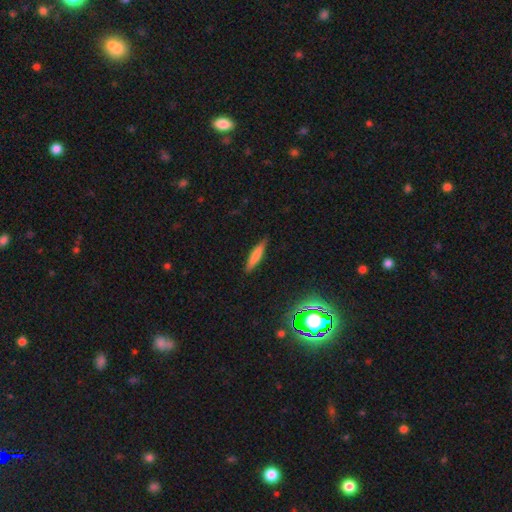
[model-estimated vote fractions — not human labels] The model was most divided on "smooth or featured": smooth: 72%, featured or disk: 20%, star or artifact: 9%. More confident: how rounded — cigar-shaped (88%); merging — none (87%).